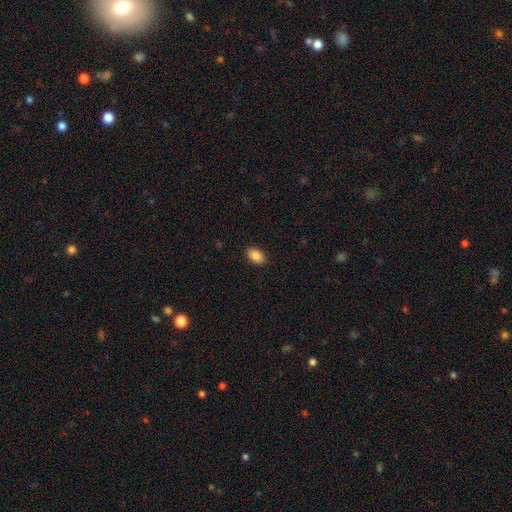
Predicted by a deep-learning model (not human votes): This is clearly a smooth galaxy (88%). How rounded: clearly in between (90%). Merging: clearly none (90%).